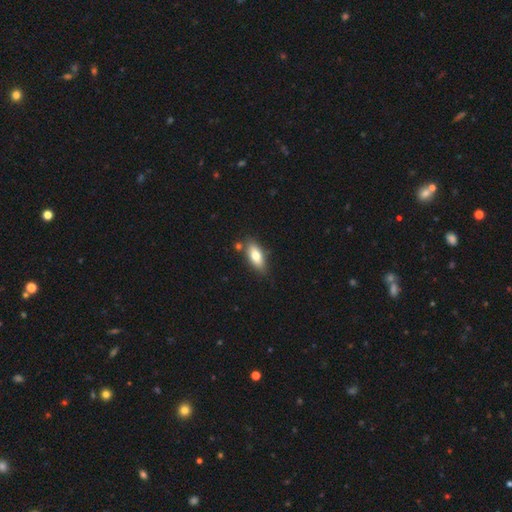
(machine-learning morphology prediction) smooth 74%, featured or disk 20%, star or artifact 6%. Down the decision tree: how rounded — in between (79%); merging — none (78%).